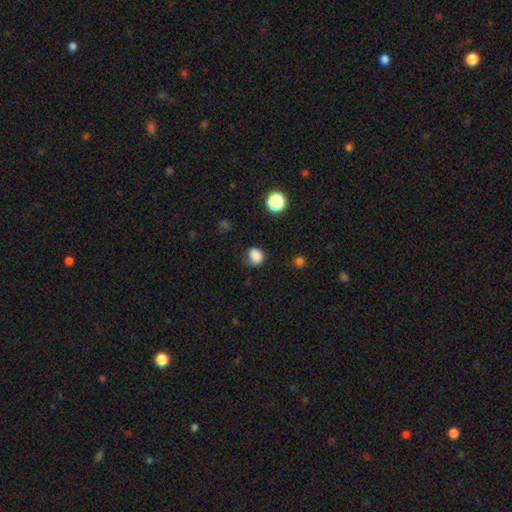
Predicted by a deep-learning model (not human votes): smooth-or-featured: smooth: 84% | star or artifact: 12% | featured or disk: 4%
  how-rounded: round: 71% | in between: 28% | cigar-shaped: 1%
  merging: none: 70% | minor disturbance: 22% | major disturbance: 6% | merger: 2%